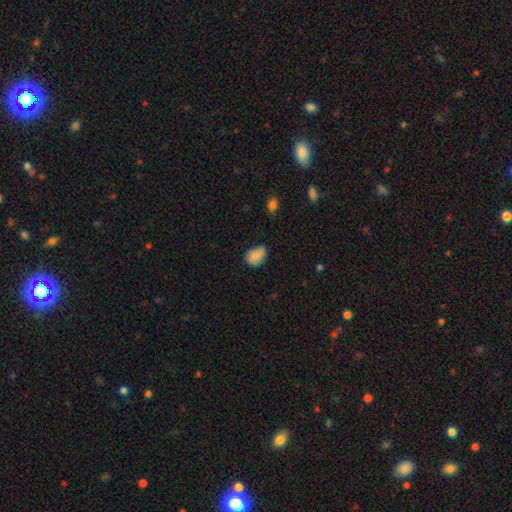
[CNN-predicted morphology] Smooth or featured: smooth — 80% (featured or disk — 12%)
How rounded: in between — 63% (round — 36%)
Merging: none — 64% (minor disturbance — 29%)